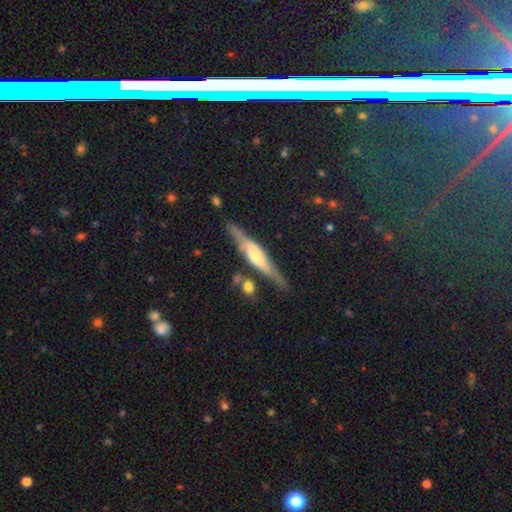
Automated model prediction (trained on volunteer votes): Morphology: type=featured or disk (66%); edge-on=yes (90%); edge-on bulge=rounded (53%); merging=none (74%).